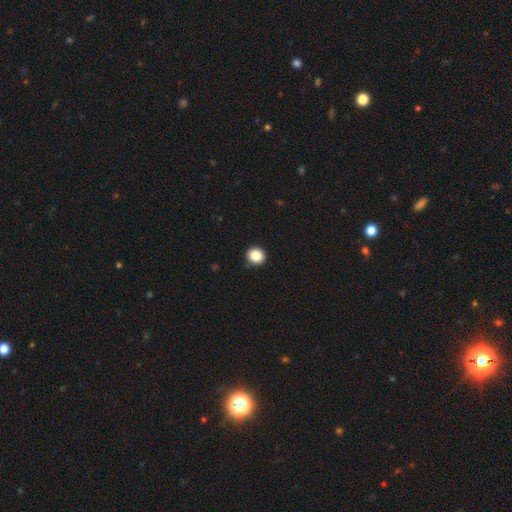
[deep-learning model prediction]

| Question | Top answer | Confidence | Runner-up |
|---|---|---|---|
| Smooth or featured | smooth | 87% | star or artifact (10%) |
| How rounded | round | 91% | in between (8%) |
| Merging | none | 91% | minor disturbance (6%) |